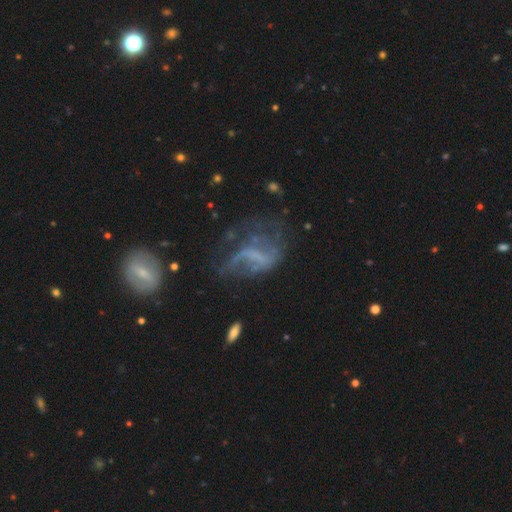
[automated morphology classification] smooth-or-featured: featured or disk: 61% | smooth: 23% | star or artifact: 16%
  disk-edge-on: no: 95% | yes: 5%
    bar: no: 44% | weak: 33% | strong: 23%
    has-spiral-arms: no: 50% (tied) | yes: 50% (tied)
    bulge-size: none: 66% | small: 19% | moderate: 10% | large: 3% | dominant: 1%
  merging: major disturbance: 43% | none: 32% | minor disturbance: 18% | merger: 7%